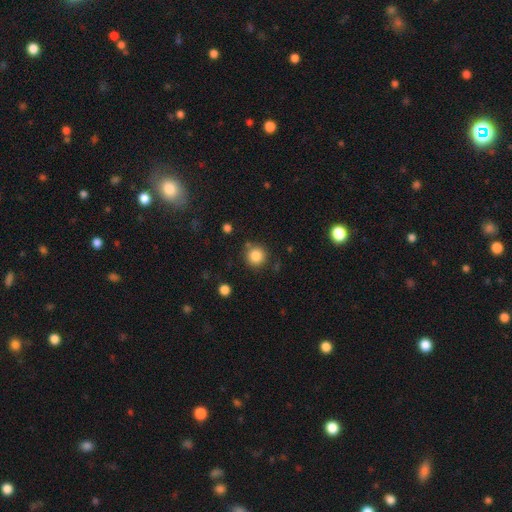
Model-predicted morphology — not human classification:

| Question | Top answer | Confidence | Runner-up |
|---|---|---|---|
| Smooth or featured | smooth | 85% | star or artifact (10%) |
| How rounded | round | 93% | in between (6%) |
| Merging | none | 82% | minor disturbance (10%) |